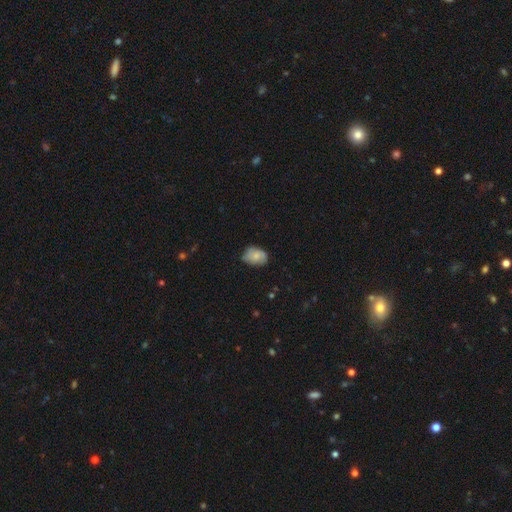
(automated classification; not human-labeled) smooth 76%, featured or disk 17%, star or artifact 7%. Down the decision tree: how rounded — in between (77%); merging — none (67%).